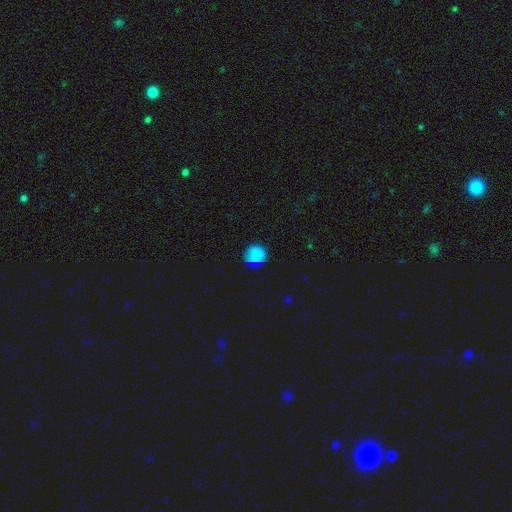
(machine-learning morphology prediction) The model was most divided on "merging": none: 77%, minor disturbance: 17%, major disturbance: 4%, merger: 1%. More confident: how rounded — round (83%); smooth or featured — smooth (80%).